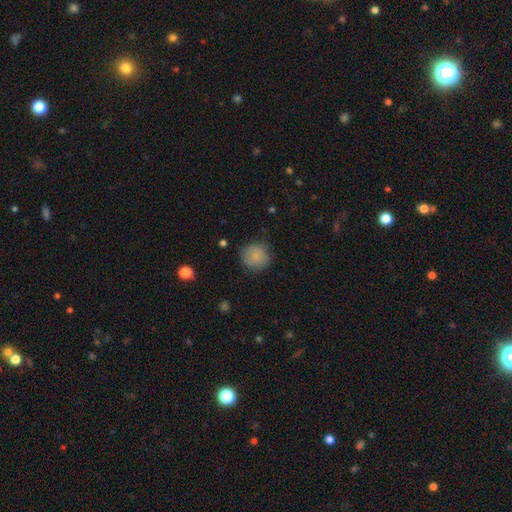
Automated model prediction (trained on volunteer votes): Smooth or featured?
  - smooth: 81% *
  - featured or disk: 10%
  - star or artifact: 8%
How rounded?
  - round: 88% *
  - in between: 11%
  - cigar-shaped: 1%
Merging?
  - none: 73% *
  - minor disturbance: 20%
  - major disturbance: 5%
  - merger: 1%